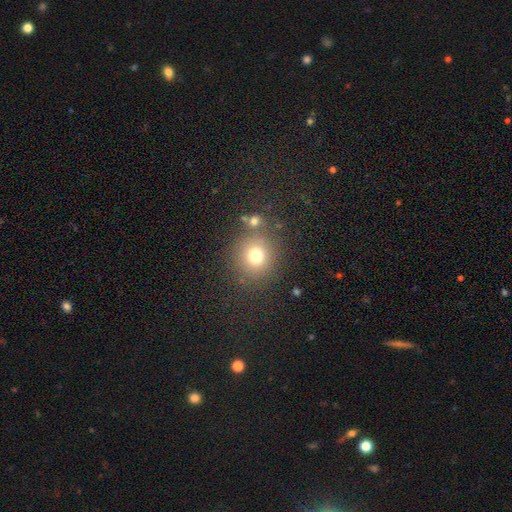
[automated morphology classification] The model was most divided on "smooth or featured": smooth: 74%, star or artifact: 16%, featured or disk: 10%. More confident: how rounded — round (86%); merging — none (78%).